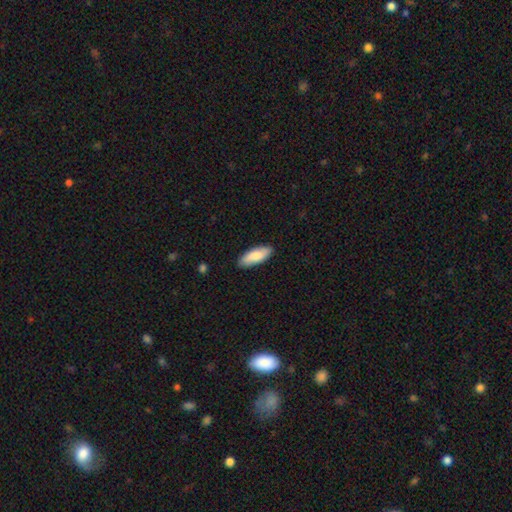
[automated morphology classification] Q: Smooth or featured?
A: smooth (81%); runner-up: featured or disk (14%)
Q: How rounded?
A: in between (74%); runner-up: cigar-shaped (24%)
Q: Merging?
A: none (88%); runner-up: minor disturbance (9%)